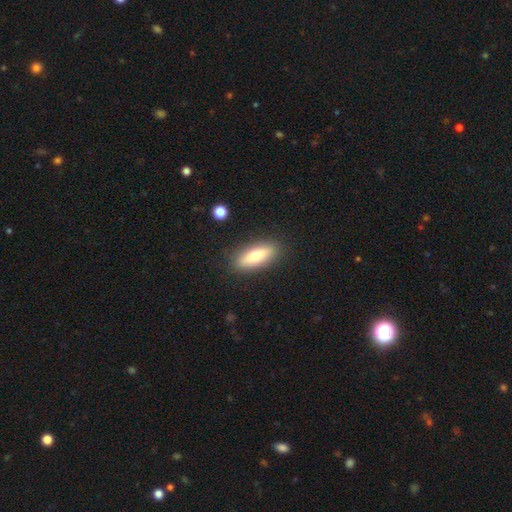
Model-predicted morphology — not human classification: The model was most divided on "how rounded": in between: 56%, cigar-shaped: 42%, round: 2%. More confident: merging — none (87%); smooth or featured — smooth (72%).